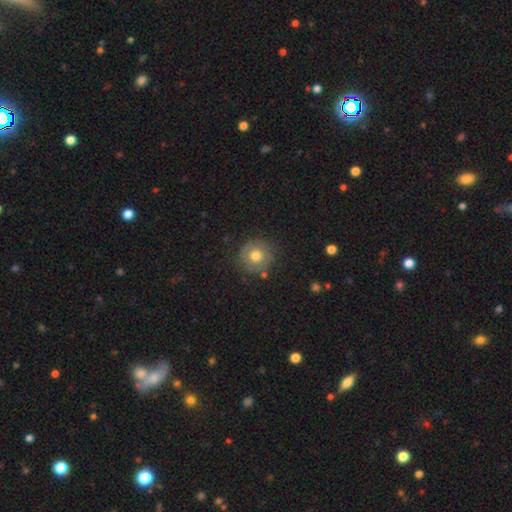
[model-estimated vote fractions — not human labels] The model was most divided on "smooth or featured": smooth: 58%, featured or disk: 31%, star or artifact: 10%. More confident: how rounded — round (92%); merging — none (79%).